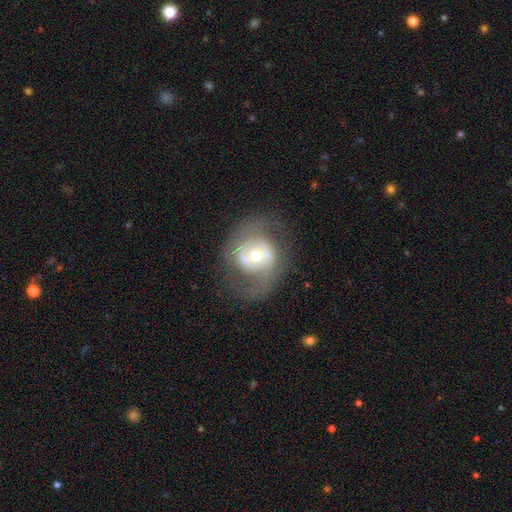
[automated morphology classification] A featured or disk galaxy (72%) with no bar (54%), spiral arms (68%) and a moderate central bulge (62%).

Vote fractions:
- Smooth or featured? featured or disk: 72% / smooth: 21% / star or artifact: 7%
- Edge-on disk? no: 96% / yes: 4%
- Bar? no: 54% / weak: 31% / strong: 16%
- Spiral arms? yes: 68% / no: 32%
- Bulge size? moderate: 62% / small: 30% / large: 6% / dominant: 1% / none: 1%
- Merging? none: 64% / minor disturbance: 17% / major disturbance: 16% / merger: 2%